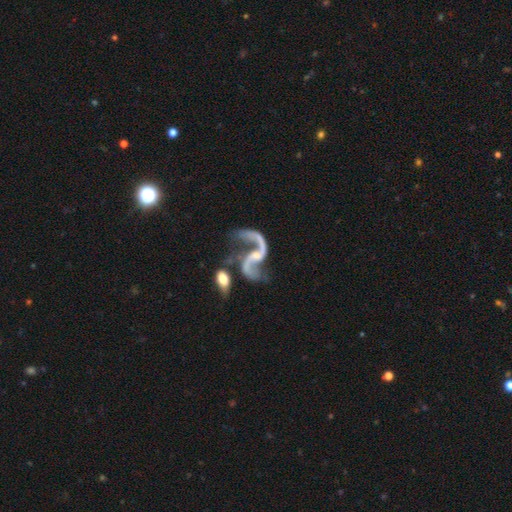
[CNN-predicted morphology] Smooth or featured? featured or disk (91%)
Edge-on disk? no (97%)
Bar? no (44%)
Spiral arms? yes (95%)
Spiral winding? loose (82%)
Spiral arm count? 2 (91%)
Bulge size? small (59%)
Merging? none (40%)